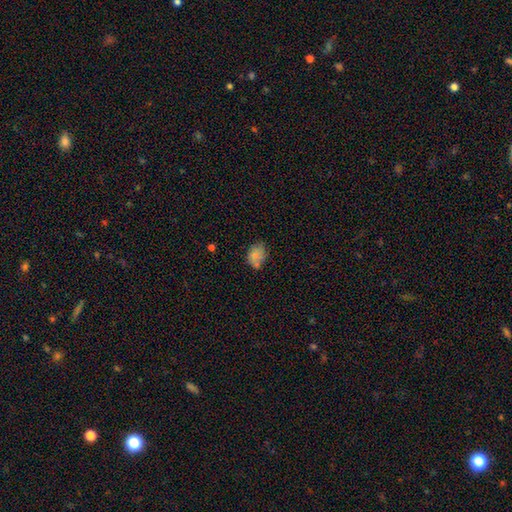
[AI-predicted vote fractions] A smooth galaxy with no disk features (77%) that is in between round and cigar-shaped (67%). Merging: none (54%).